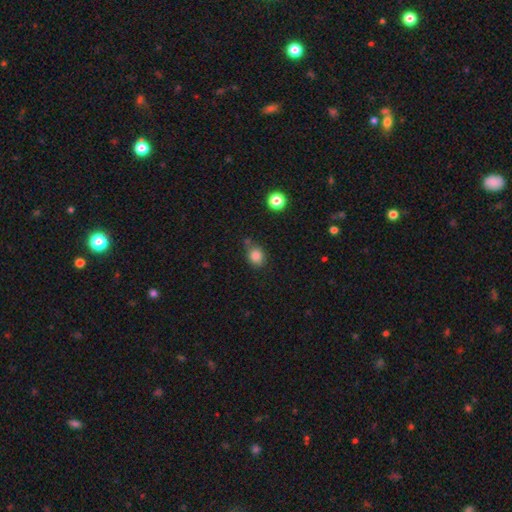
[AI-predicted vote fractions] A smooth galaxy with no disk features (84%) that is round (58%).

Vote fractions:
- Smooth or featured? smooth: 84% / star or artifact: 11% / featured or disk: 5%
- How rounded? round: 58% / in between: 41% / cigar-shaped: 1%
- Merging? none: 65% / minor disturbance: 21% / merger: 9% / major disturbance: 5%